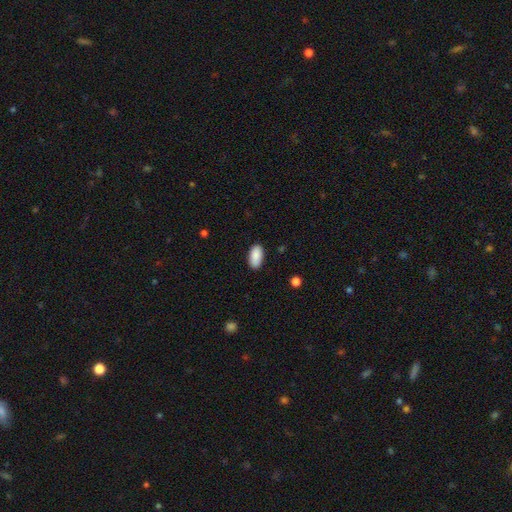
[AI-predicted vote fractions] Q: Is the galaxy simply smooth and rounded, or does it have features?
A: smooth — 90%.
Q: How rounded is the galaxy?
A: in between — 94%.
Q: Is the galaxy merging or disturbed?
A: none — 87%.